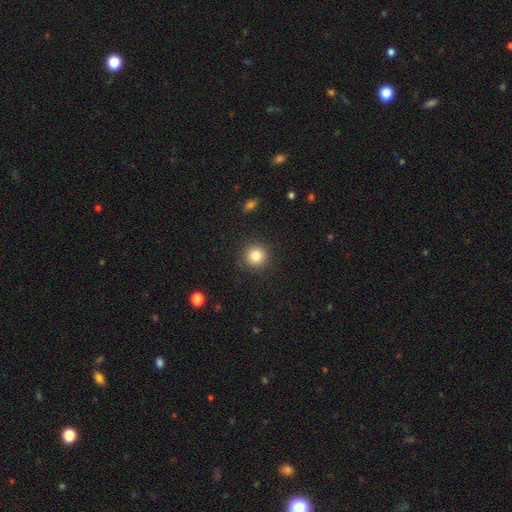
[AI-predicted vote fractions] This is clearly a smooth galaxy (83%). How rounded: clearly round (94%). Merging: clearly none (89%).